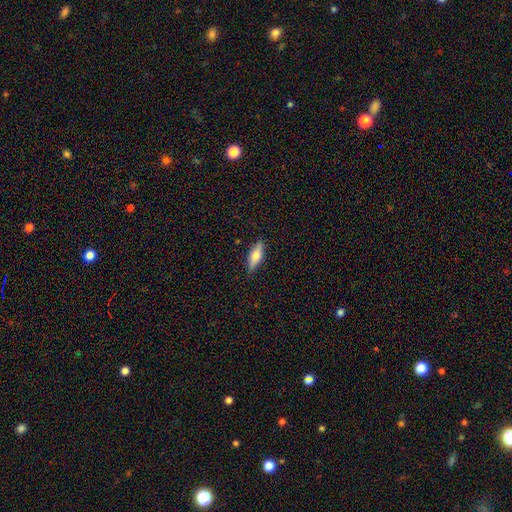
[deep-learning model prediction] smooth 57%, featured or disk 36%, star or artifact 7%. Down the decision tree: how rounded — in between (52%); merging — none (85%).